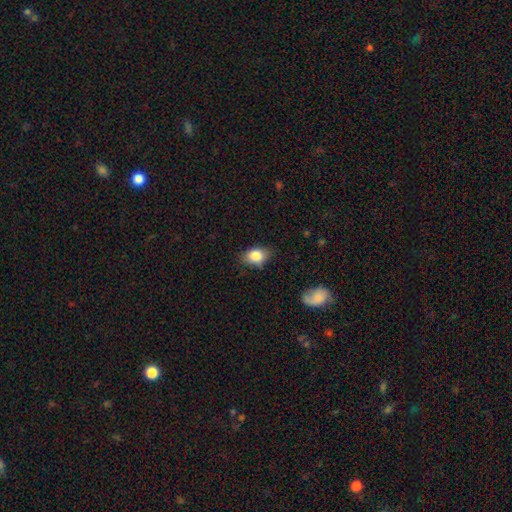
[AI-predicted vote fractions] Smooth or featured: smooth — 83% (featured or disk — 8%)
How rounded: in between — 77% (round — 22%)
Merging: none — 76% (minor disturbance — 19%)